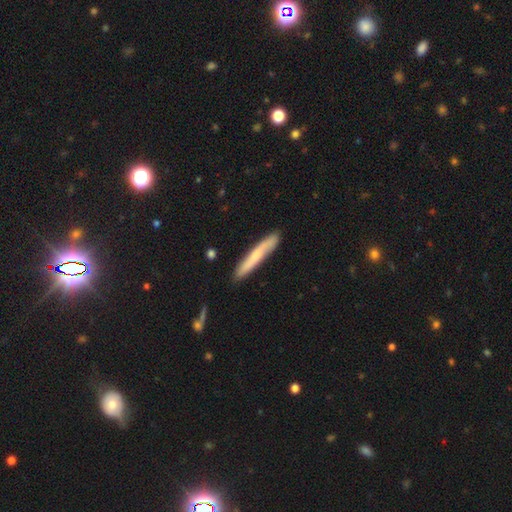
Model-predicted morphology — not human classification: type=smooth (58%); roundness=cigar-shaped (94%); merging=none (84%).